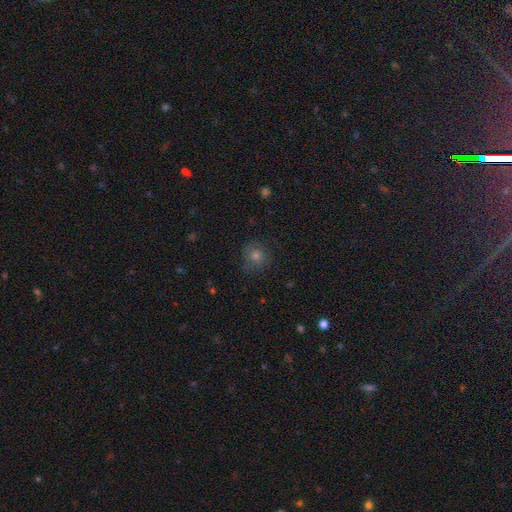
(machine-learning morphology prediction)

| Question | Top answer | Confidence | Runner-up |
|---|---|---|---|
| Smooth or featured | smooth | 67% | star or artifact (22%) |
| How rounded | round | 90% | in between (10%) |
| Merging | none | 83% | minor disturbance (12%) |